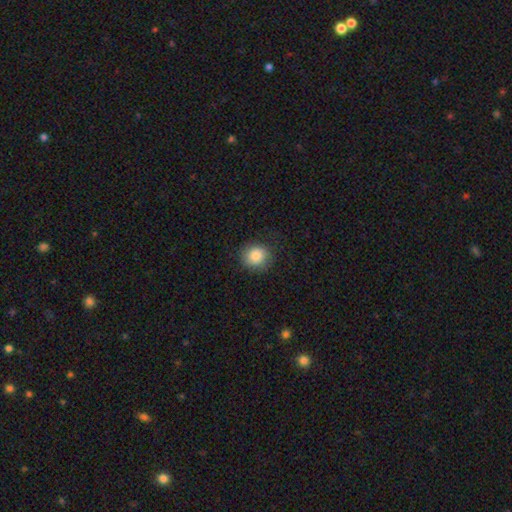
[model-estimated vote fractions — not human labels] smooth 86%, star or artifact 8%, featured or disk 6%. Down the decision tree: how rounded — round (84%); merging — none (83%).